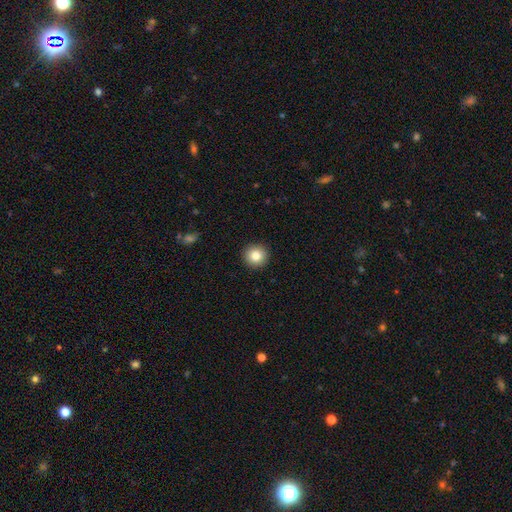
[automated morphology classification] The model was most divided on "smooth or featured": smooth: 83%, star or artifact: 10%, featured or disk: 7%. More confident: how rounded — round (95%); merging — none (93%).